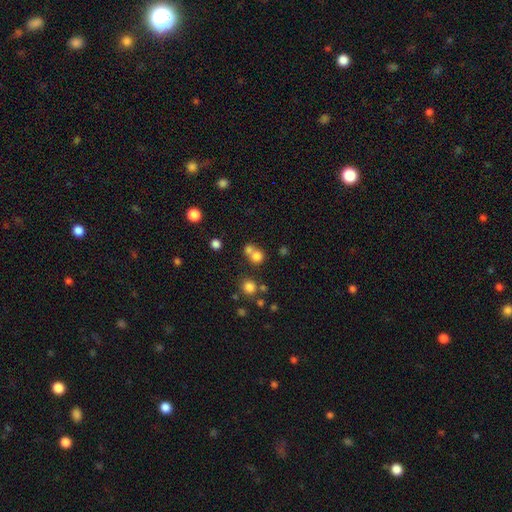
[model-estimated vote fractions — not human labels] smooth-or-featured: smooth: 74% | star or artifact: 16% | featured or disk: 10%
  how-rounded: round: 84% | in between: 15% | cigar-shaped: 1%
  merging: none: 50% | merger: 40% | minor disturbance: 7% | major disturbance: 3%